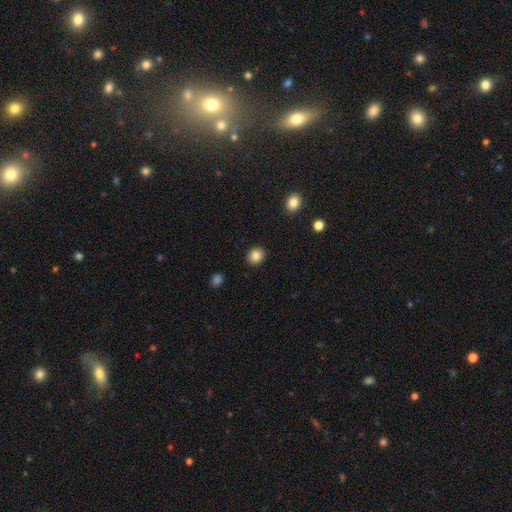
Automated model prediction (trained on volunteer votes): Smooth or featured? Predicted: smooth (p=0.85). How rounded? Predicted: round (p=0.73). Merging? Predicted: none (p=0.91).